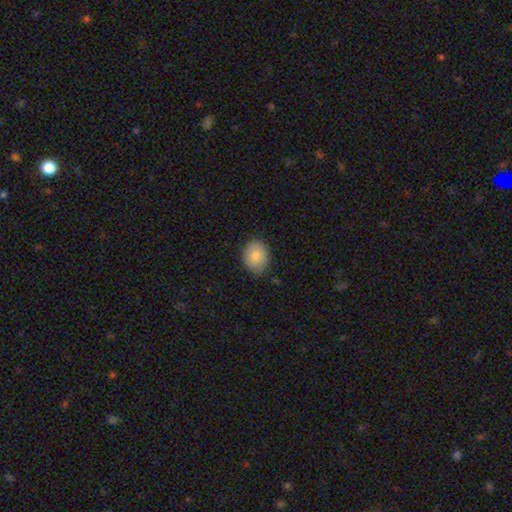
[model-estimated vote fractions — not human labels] Overall: smooth (81%). How rounded: in between (51%; round 48%). Merging: none (79%).